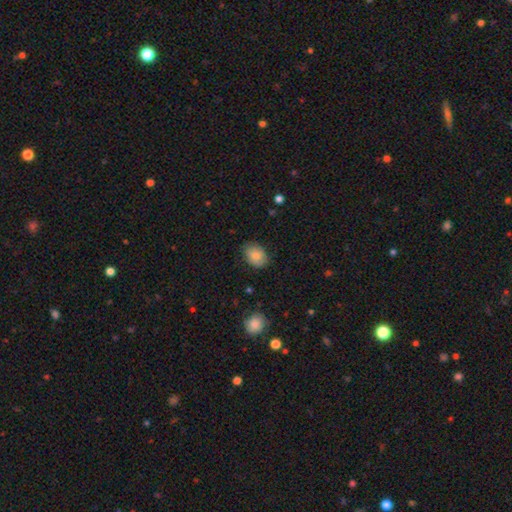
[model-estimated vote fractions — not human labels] Smooth or featured: smooth — 79% (featured or disk — 14%)
How rounded: in between — 72% (round — 27%)
Merging: none — 76% (minor disturbance — 18%)